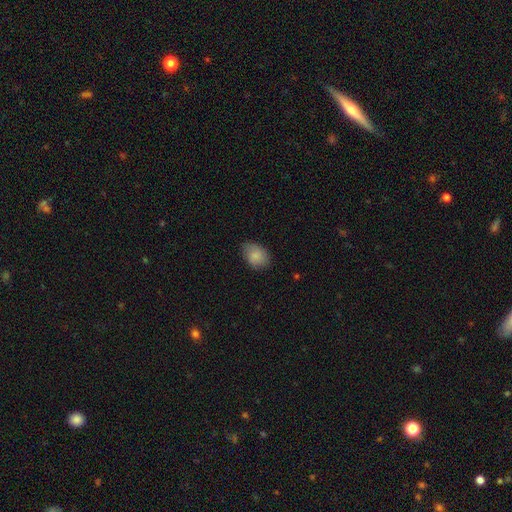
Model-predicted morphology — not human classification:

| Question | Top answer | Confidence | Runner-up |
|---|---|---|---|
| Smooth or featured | smooth | 85% | featured or disk (8%) |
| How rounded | in between | 74% | round (25%) |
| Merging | none | 72% | minor disturbance (23%) |